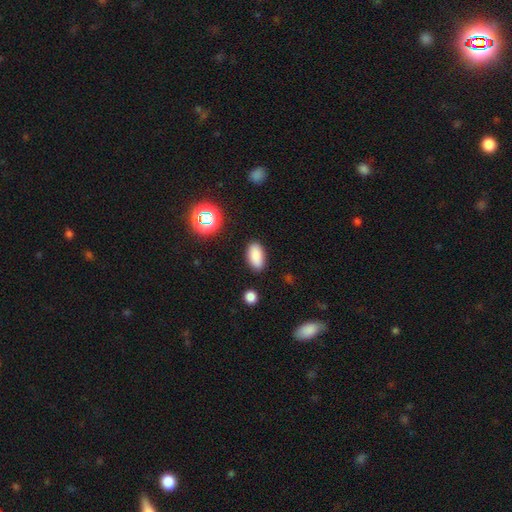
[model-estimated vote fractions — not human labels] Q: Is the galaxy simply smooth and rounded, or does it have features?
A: smooth — 85%.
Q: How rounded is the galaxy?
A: in between — 92%.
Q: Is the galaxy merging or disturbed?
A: none — 87%.